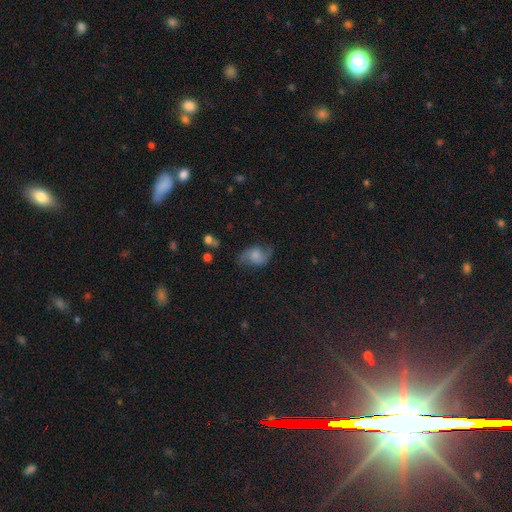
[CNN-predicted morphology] type=featured or disk (54%); edge-on=no (96%); bar=no (66%); spiral arms=yes (89%); bulge=moderate (29%, tied with small); merging=none (60%).